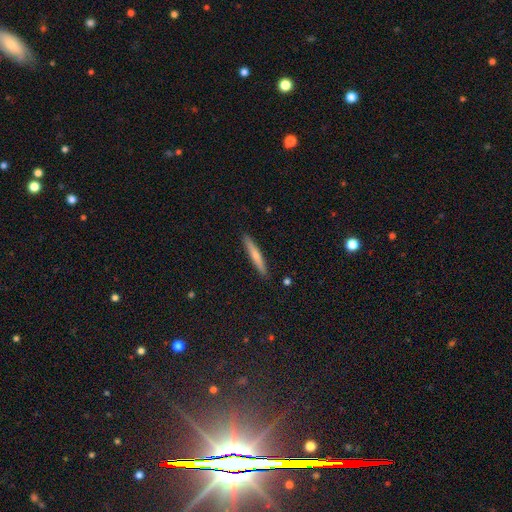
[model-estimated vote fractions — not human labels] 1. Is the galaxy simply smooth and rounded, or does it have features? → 61% smooth, 33% featured or disk, 6% star or artifact.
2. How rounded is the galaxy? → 95% cigar-shaped, 4% in between, 1% round.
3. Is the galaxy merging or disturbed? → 90% none, 7% minor disturbance, 1% major disturbance, 1% merger.